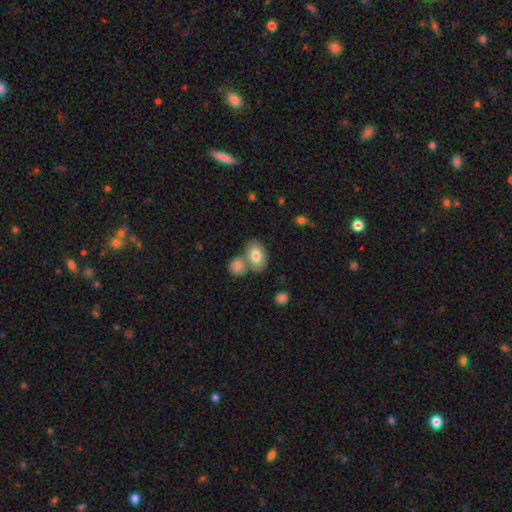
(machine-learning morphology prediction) Smooth or featured: smooth — 78% (featured or disk — 15%)
How rounded: in between — 83% (round — 16%)
Merging: none — 46% (merger — 38%)